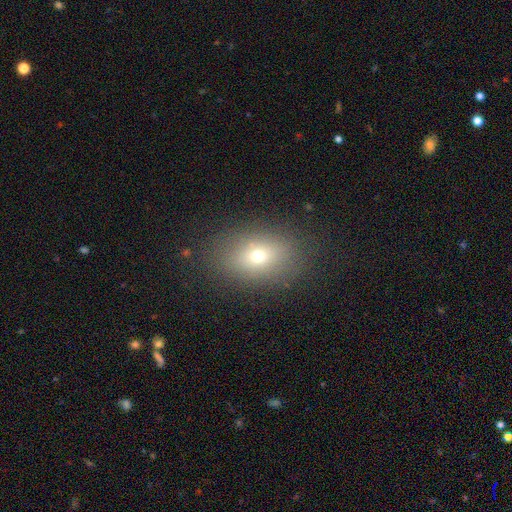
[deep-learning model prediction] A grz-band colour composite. It shows a smooth galaxy with no disk features (65%) that is in between round and cigar-shaped (77%). Merging: none (84%).